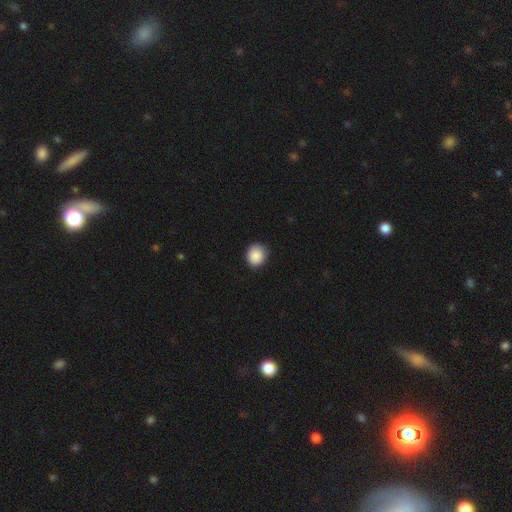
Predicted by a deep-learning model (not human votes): Smooth or featured?
  - smooth: 89% *
  - star or artifact: 8%
  - featured or disk: 3%
How rounded?
  - round: 79% *
  - in between: 20%
  - cigar-shaped: 1%
Merging?
  - none: 87% *
  - minor disturbance: 10%
  - major disturbance: 2%
  - merger: 1%